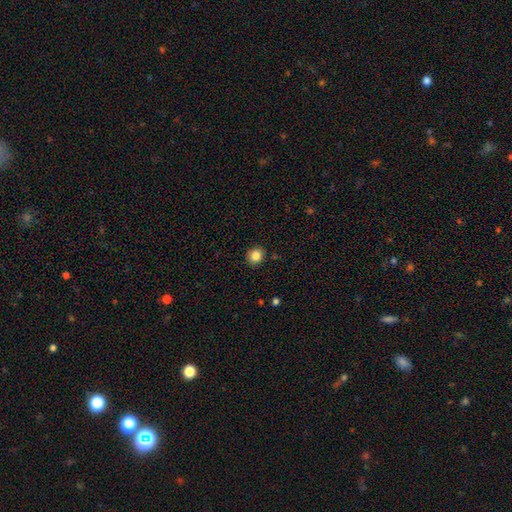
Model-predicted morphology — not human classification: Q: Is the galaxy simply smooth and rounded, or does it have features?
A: smooth — 84%.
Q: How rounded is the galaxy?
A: round — 90%.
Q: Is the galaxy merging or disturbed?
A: none — 90%.